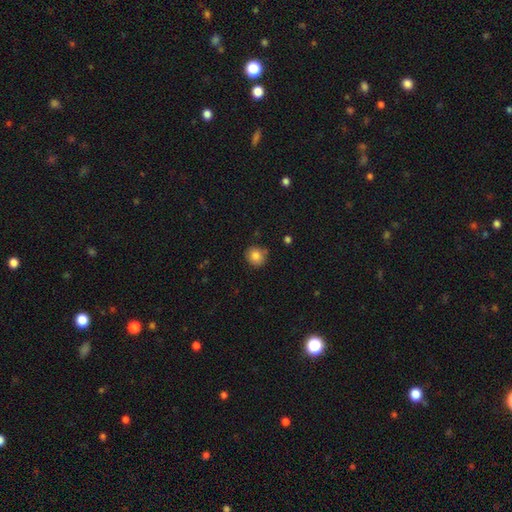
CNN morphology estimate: Smooth or featured: smooth — 82% (star or artifact — 10%)
How rounded: round — 84% (in between — 16%)
Merging: none — 80% (minor disturbance — 15%)